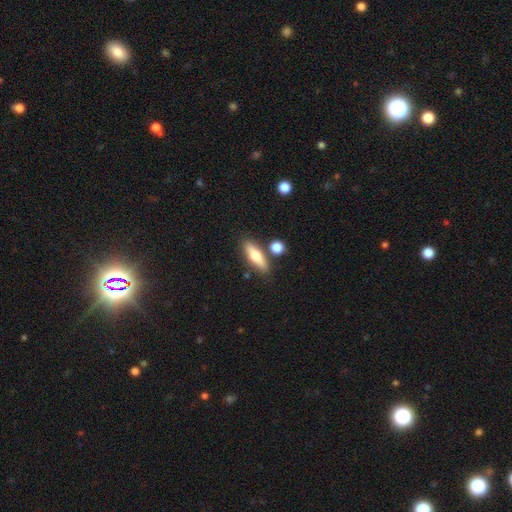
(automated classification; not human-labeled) smooth-or-featured: smooth: 60% | featured or disk: 33% | star or artifact: 7%
  how-rounded: cigar-shaped: 54% | in between: 42% | round: 4%
  merging: none: 78% | minor disturbance: 10% | merger: 9% | major disturbance: 3%